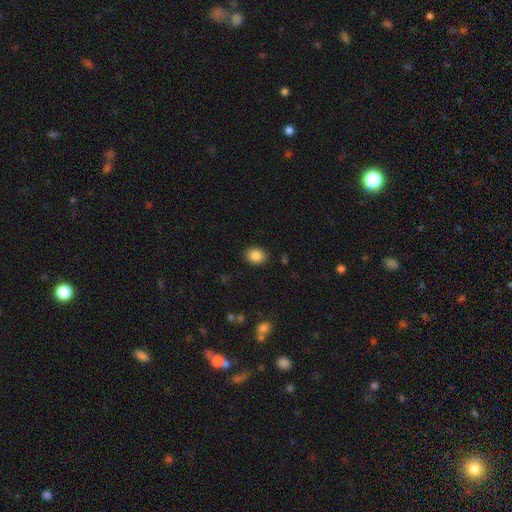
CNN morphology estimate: Overall: smooth (86%). How rounded: in between (63%; round 36%). Merging: none (88%).